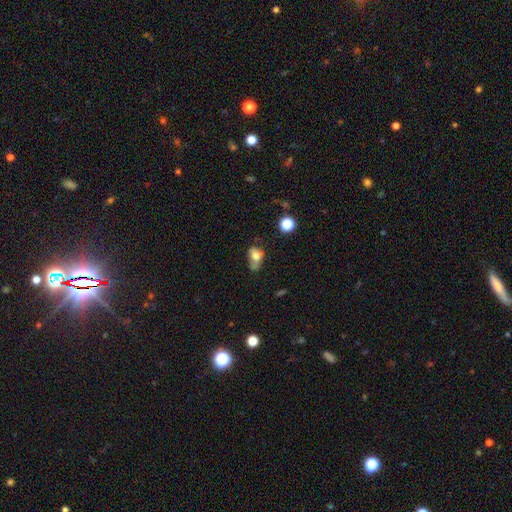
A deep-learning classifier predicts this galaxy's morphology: smooth 68%, featured or disk 20%, star or artifact 12%. Down the decision tree: how rounded — in between (72%); merging — minor disturbance (31%).